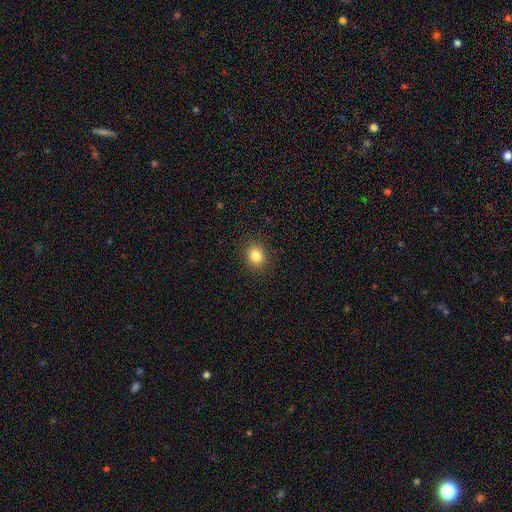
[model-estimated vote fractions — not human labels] The model was most divided on "how rounded": round: 72%, in between: 27%, cigar-shaped: 1%. More confident: merging — none (90%); smooth or featured — smooth (83%).